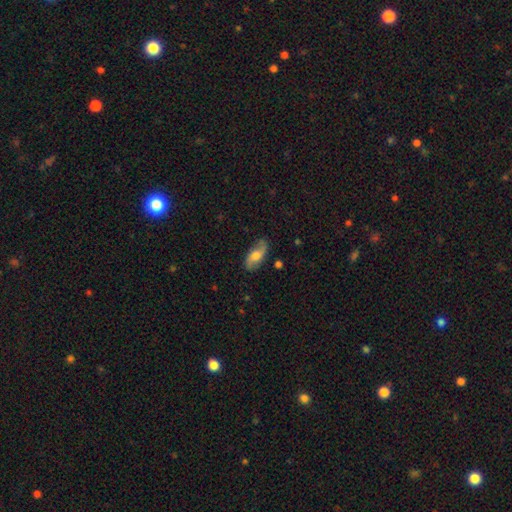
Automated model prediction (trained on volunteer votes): A featured or disk galaxy (51%).

Vote fractions:
- Smooth or featured? featured or disk: 51% / smooth: 43% / star or artifact: 7%
- Edge-on disk? no: 89% / yes: 11%
- Merging? none: 78% / minor disturbance: 16% / major disturbance: 4% / merger: 2%